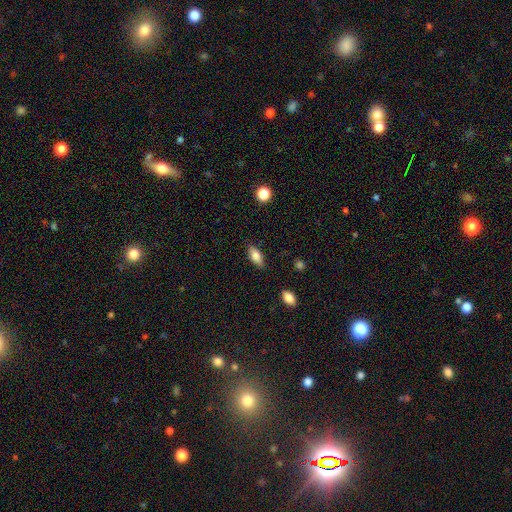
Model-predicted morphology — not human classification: Q: Smooth or featured?
A: smooth (76%); runner-up: featured or disk (16%)
Q: How rounded?
A: in between (82%); runner-up: cigar-shaped (14%)
Q: Merging?
A: none (85%); runner-up: minor disturbance (11%)